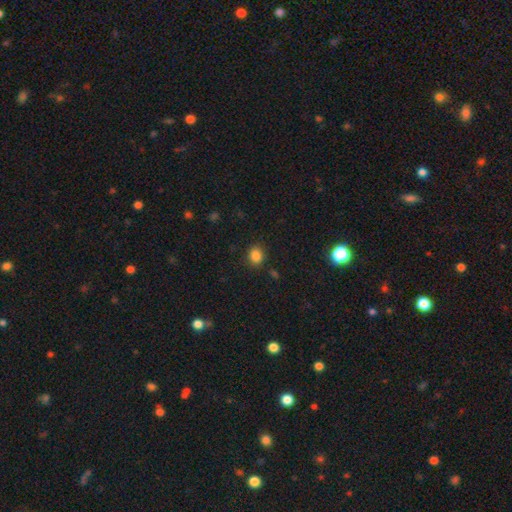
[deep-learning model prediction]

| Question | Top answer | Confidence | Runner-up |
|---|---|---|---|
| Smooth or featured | smooth | 84% | star or artifact (12%) |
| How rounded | round | 62% | in between (37%) |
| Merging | none | 84% | minor disturbance (11%) |